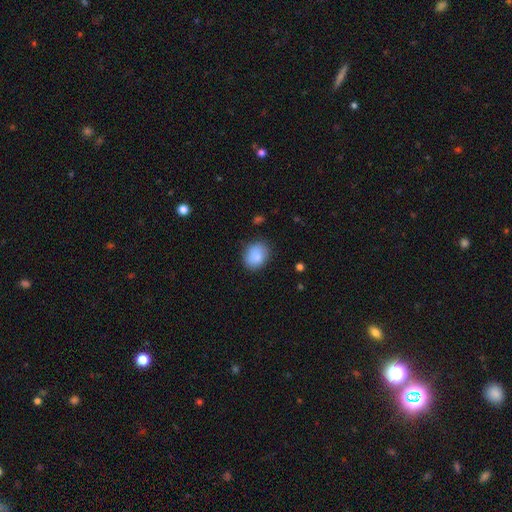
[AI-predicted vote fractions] This is clearly a smooth galaxy (87%). How rounded: possibly in between (50%). Merging: likely none (79%).